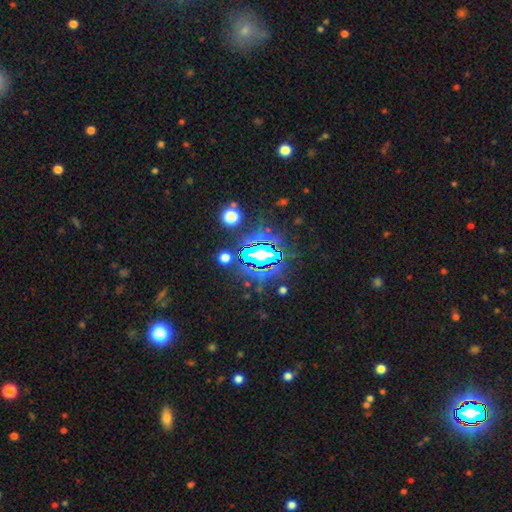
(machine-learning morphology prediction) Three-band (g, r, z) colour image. It shows a star or artifact, not a galaxy (65%).